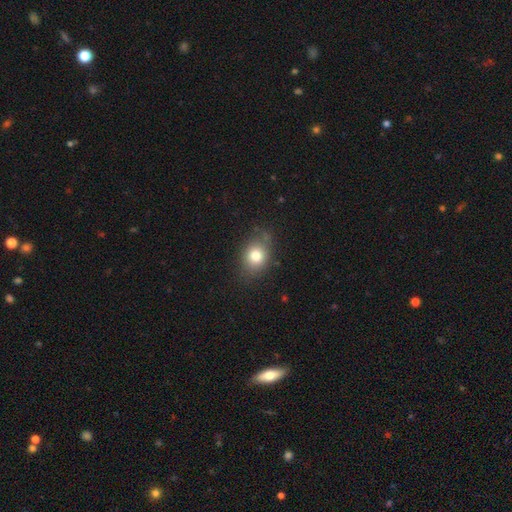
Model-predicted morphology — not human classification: This appears to be a smooth galaxy with no disk features (78%) that is in between round and cigar-shaped (53%). Merging: none (74%).